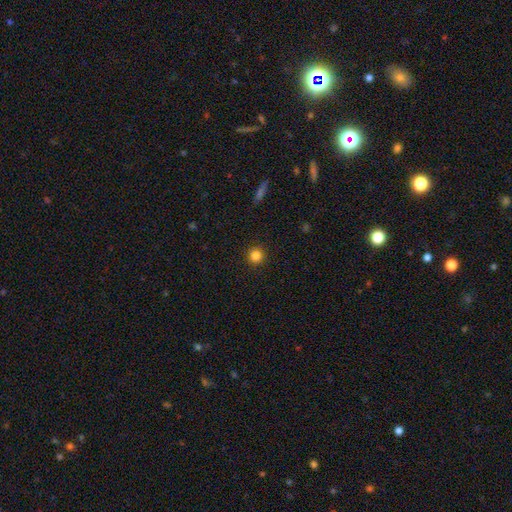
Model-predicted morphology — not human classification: Q: Smooth or featured?
A: smooth (84%); runner-up: star or artifact (12%)
Q: How rounded?
A: round (95%); runner-up: in between (4%)
Q: Merging?
A: none (92%); runner-up: minor disturbance (5%)